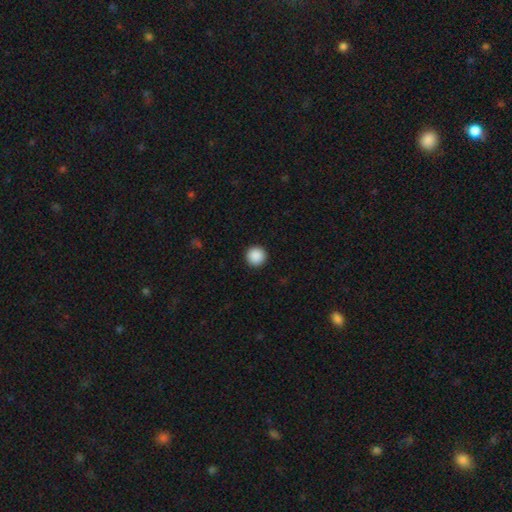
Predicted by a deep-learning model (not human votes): smooth_or_featured: smooth (p=0.89) [alt: star or artifact p=0.08]
how_rounded: round (p=0.96) [alt: in between p=0.03]
merging: none (p=0.94) [alt: minor disturbance p=0.04]